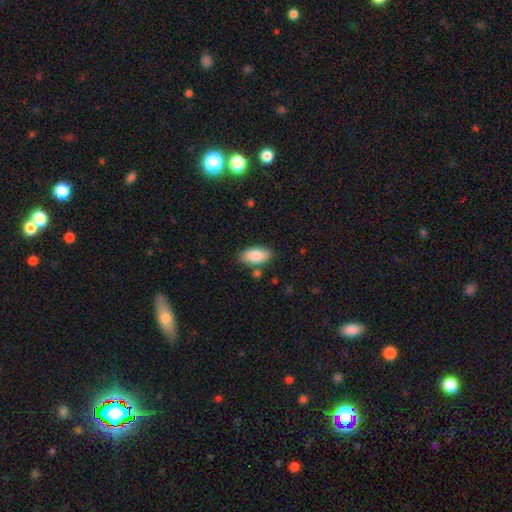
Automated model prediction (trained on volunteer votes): Smooth or featured? smooth (87%)
How rounded? in between (93%)
Merging? none (81%)